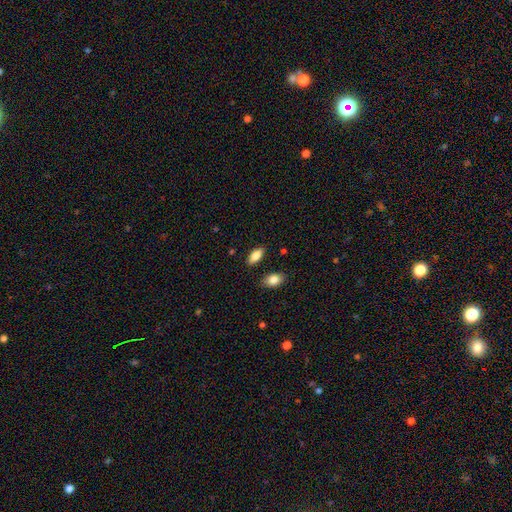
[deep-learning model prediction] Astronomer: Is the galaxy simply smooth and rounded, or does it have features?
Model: smooth — 84%.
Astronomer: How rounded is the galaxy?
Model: in between — 88%.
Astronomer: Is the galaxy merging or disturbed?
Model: none — 85%.